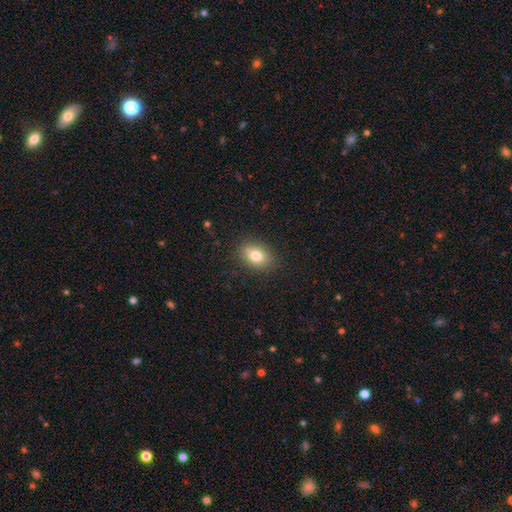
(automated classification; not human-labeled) Smooth or featured? smooth (79%)
How rounded? in between (74%)
Merging? none (84%)